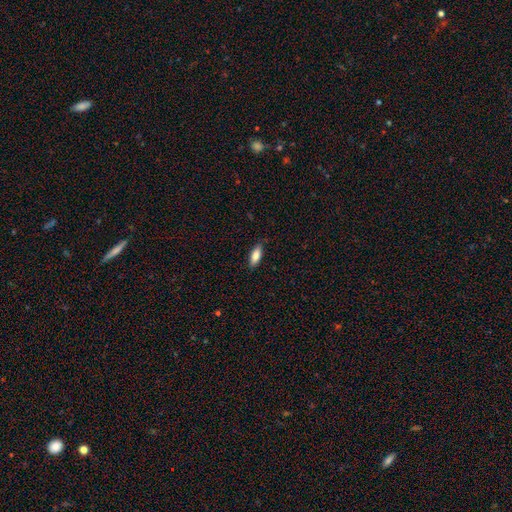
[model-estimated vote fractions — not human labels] The model was most divided on "how rounded": in between: 72%, cigar-shaped: 26%, round: 2%. More confident: merging — none (84%); smooth or featured — smooth (81%).